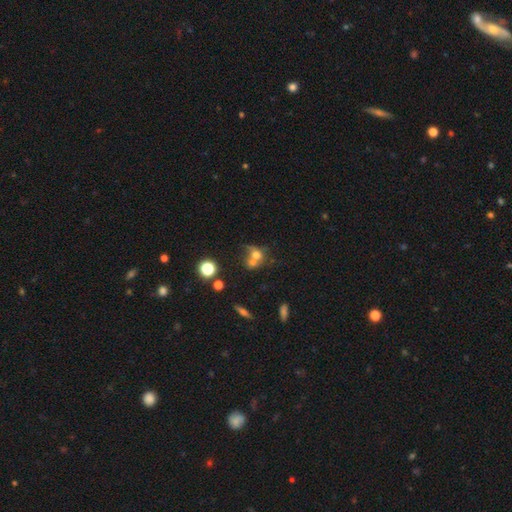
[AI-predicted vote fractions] Smooth or featured: smooth — 64% (featured or disk — 21%)
How rounded: round — 70% (in between — 29%)
Merging: merger — 58% (none — 27%)